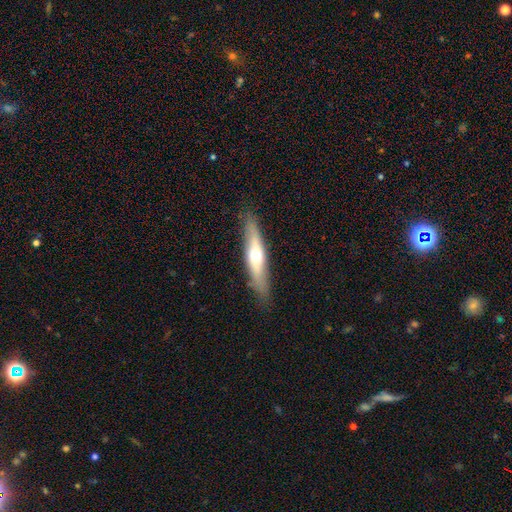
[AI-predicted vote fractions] Smooth or featured? featured or disk (49%)
Merging? none (85%)